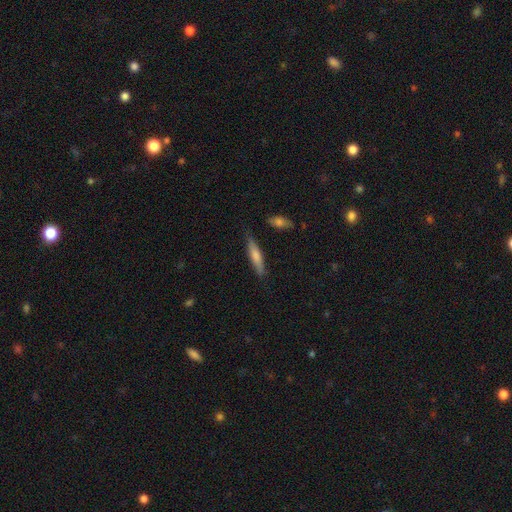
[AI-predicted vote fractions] This is likely a smooth galaxy (69%). How rounded: clearly cigar-shaped (83%). Merging: clearly none (82%).